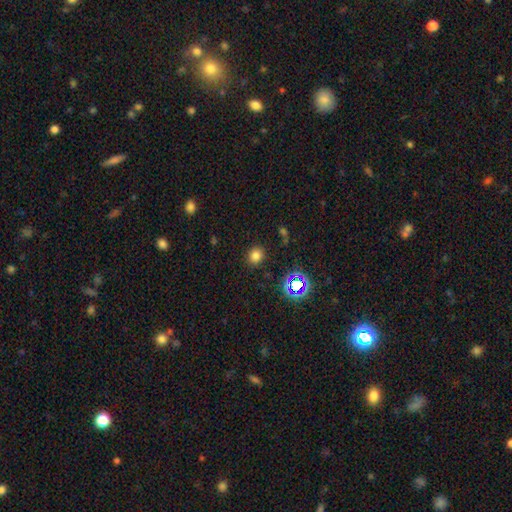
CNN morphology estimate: This is likely a smooth galaxy (74%). How rounded: likely round (76%). Merging: clearly none (86%).